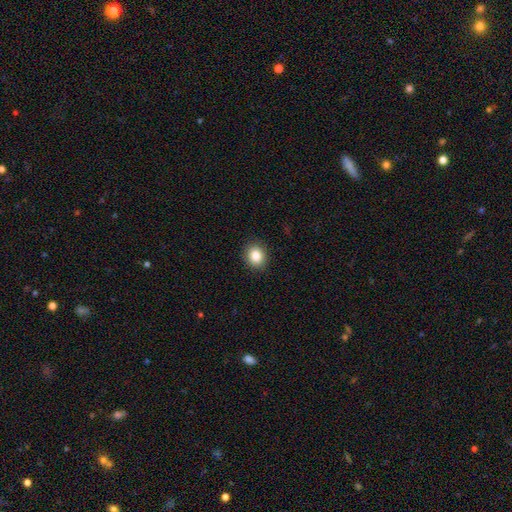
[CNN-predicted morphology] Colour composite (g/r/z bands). It shows a smooth galaxy with no disk features (85%) that is round (68%). Merging: none (90%).